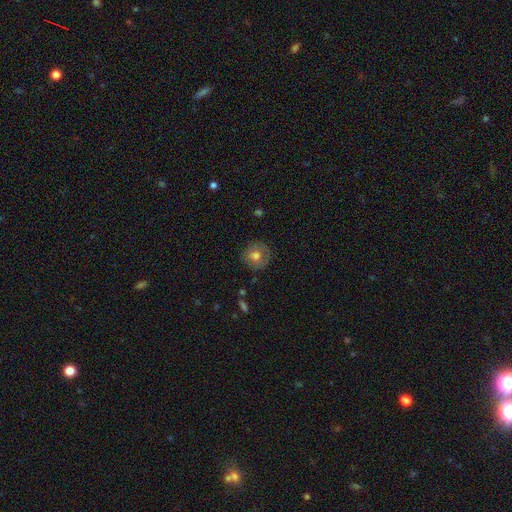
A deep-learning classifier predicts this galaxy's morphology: Q: Smooth or featured?
A: smooth (66%); runner-up: featured or disk (25%)
Q: How rounded?
A: round (90%); runner-up: in between (9%)
Q: Merging?
A: none (84%); runner-up: minor disturbance (12%)